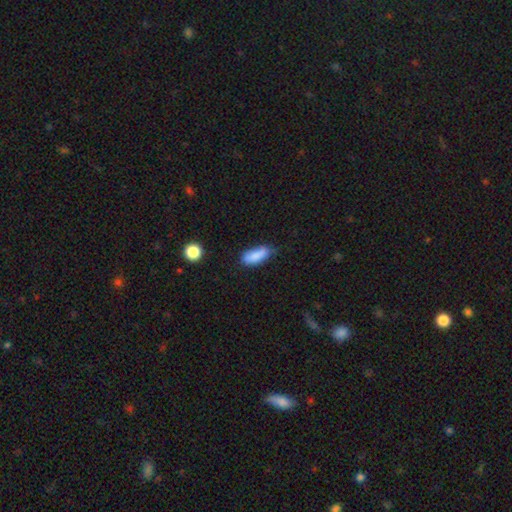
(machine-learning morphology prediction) Overall: smooth (84%). How rounded: in between (76%). Merging: none (55%; minor disturbance 33%).